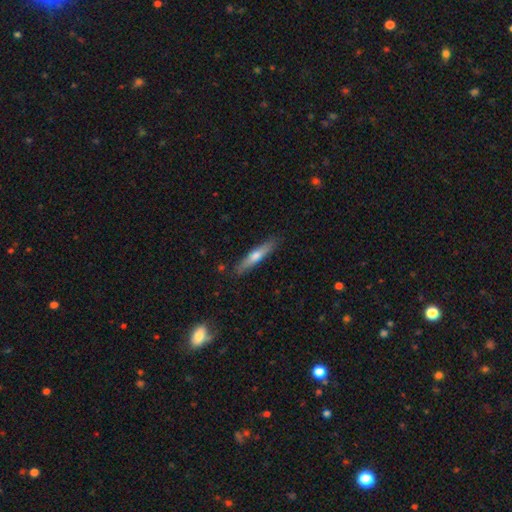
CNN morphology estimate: smooth_or_featured: smooth (p=0.50) [alt: featured or disk p=0.44]
how_rounded: cigar-shaped (p=0.90) [alt: in between p=0.08]
merging: none (p=0.88) [alt: minor disturbance p=0.09]